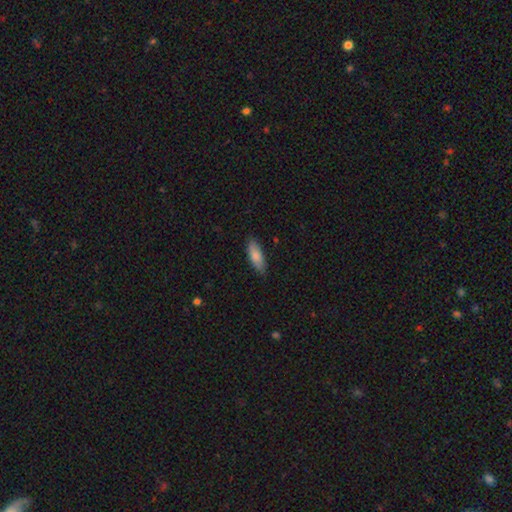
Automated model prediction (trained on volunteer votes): smooth_or_featured: smooth (p=0.83) [alt: featured or disk p=0.11]
how_rounded: in between (p=0.66) [alt: cigar-shaped p=0.33]
merging: none (p=0.83) [alt: minor disturbance p=0.14]